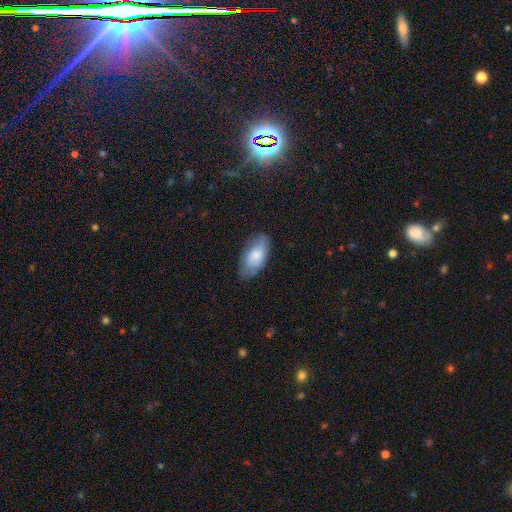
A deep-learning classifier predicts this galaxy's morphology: Smooth or featured? smooth (76%)
How rounded? in between (92%)
Merging? none (69%)